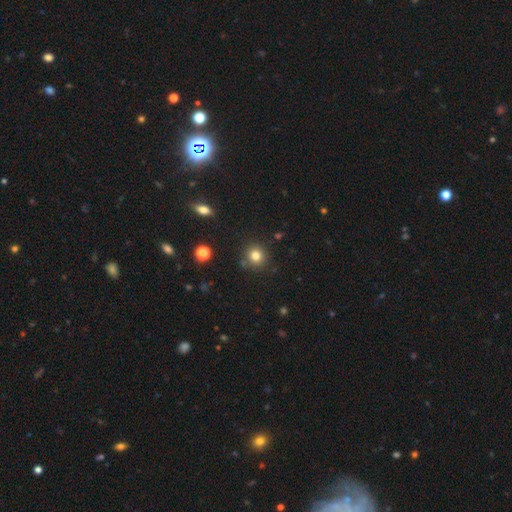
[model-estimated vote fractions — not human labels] Morphology: type=smooth (80%); roundness=round (90%); merging=none (84%).